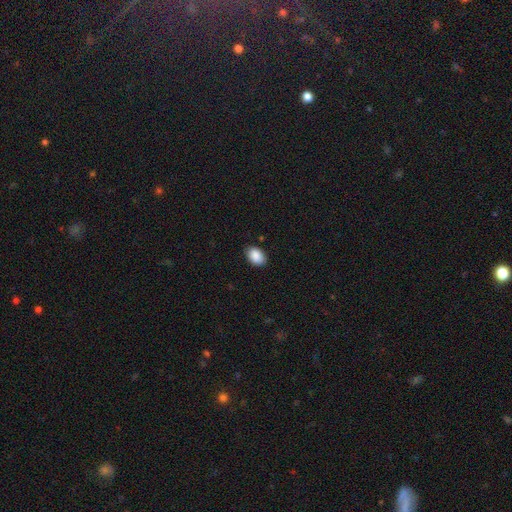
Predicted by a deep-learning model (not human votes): Smooth or featured? Predicted: smooth (p=0.90). How rounded? Predicted: in between (p=0.86). Merging? Predicted: none (p=0.86).